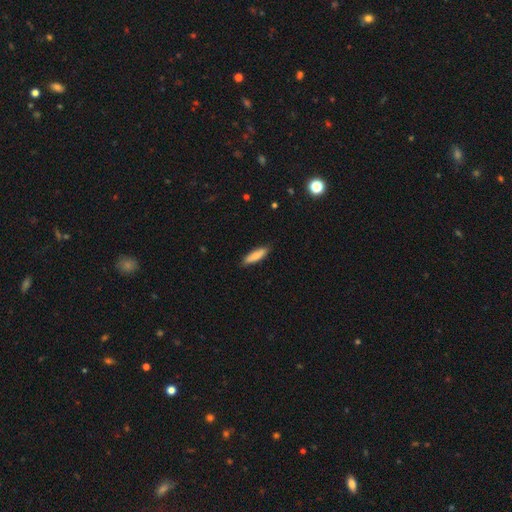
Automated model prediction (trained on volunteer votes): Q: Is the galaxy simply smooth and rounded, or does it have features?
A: smooth — 81%.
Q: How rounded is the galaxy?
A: cigar-shaped — 64%.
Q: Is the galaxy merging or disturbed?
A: none — 85%.